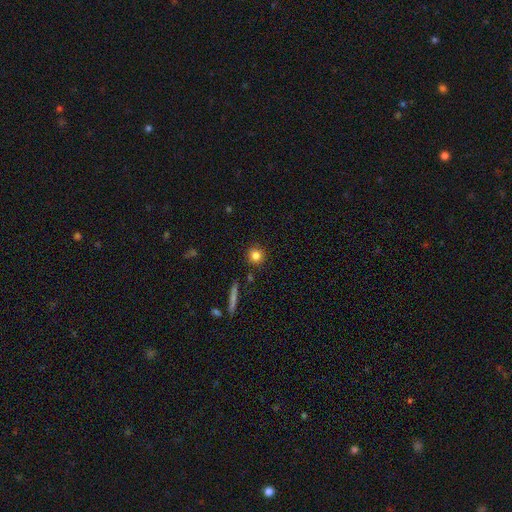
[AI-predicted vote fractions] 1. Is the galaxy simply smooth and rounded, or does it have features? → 81% smooth, 11% star or artifact, 8% featured or disk.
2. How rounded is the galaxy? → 93% round, 5% in between, 2% cigar-shaped.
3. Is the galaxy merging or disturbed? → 89% none, 7% minor disturbance, 3% merger, 2% major disturbance.